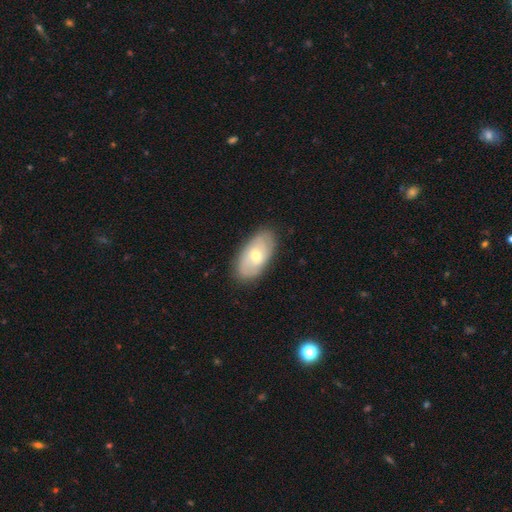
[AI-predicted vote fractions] smooth-or-featured: featured or disk: 52% | smooth: 42% | star or artifact: 6%
  disk-edge-on: no: 90% | yes: 10%
  merging: none: 84% | minor disturbance: 12% | major disturbance: 3% | merger: 1%